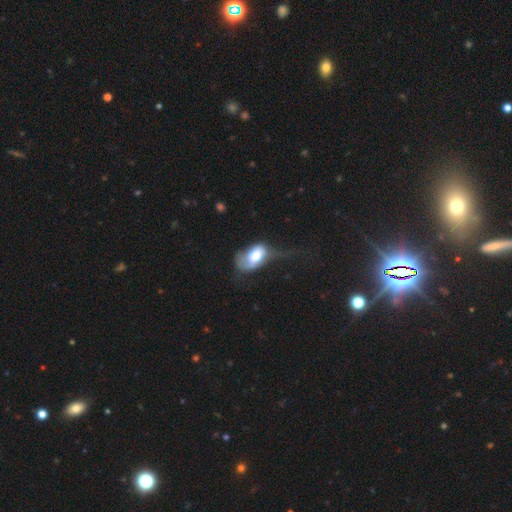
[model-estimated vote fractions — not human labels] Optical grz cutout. It shows a smooth galaxy with no disk features (61%) that is in between round and cigar-shaped (87%). Merging: major disturbance (46%).